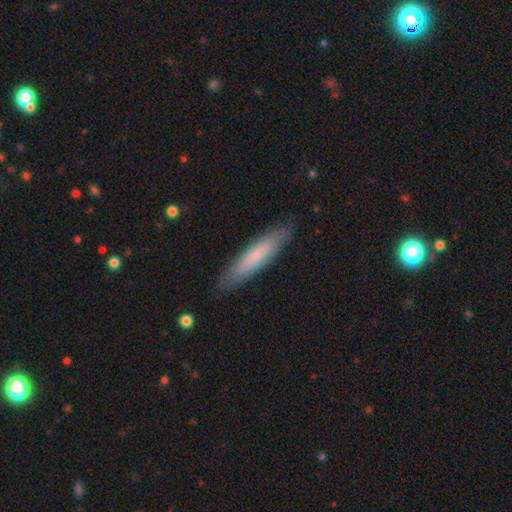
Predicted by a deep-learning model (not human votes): smooth_or_featured: smooth (p=0.70) [alt: featured or disk p=0.24]
how_rounded: cigar-shaped (p=0.83) [alt: in between p=0.15]
merging: none (p=0.87) [alt: minor disturbance p=0.10]